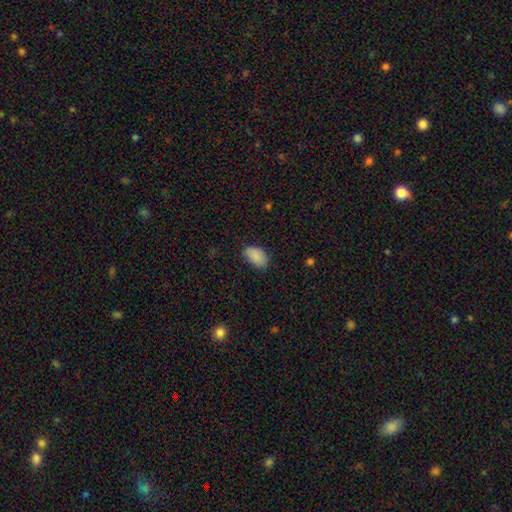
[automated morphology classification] smooth_or_featured: smooth (p=0.88) [alt: star or artifact p=0.07]
how_rounded: in between (p=0.93) [alt: round p=0.06]
merging: none (p=0.73) [alt: minor disturbance p=0.21]